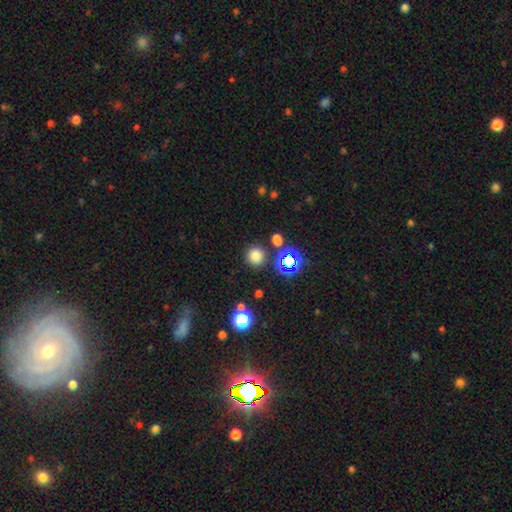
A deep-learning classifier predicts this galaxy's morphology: A smooth galaxy with no disk features (74%) that is round (92%).

Vote fractions:
- Smooth or featured? smooth: 74% / star or artifact: 20% / featured or disk: 5%
- How rounded? round: 92% / in between: 7% / cigar-shaped: 1%
- Merging? none: 84% / minor disturbance: 7% / merger: 6% / major disturbance: 3%